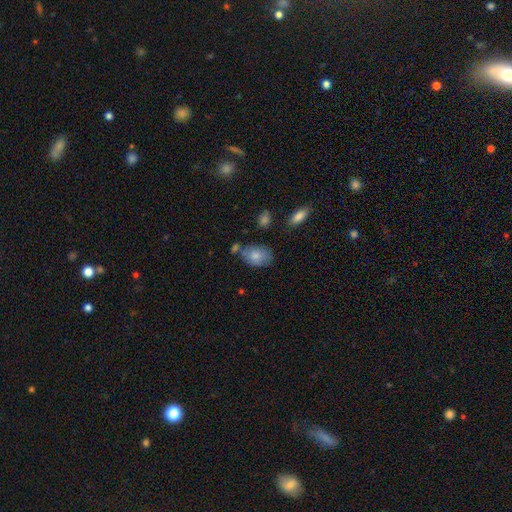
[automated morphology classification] type=smooth (77%); roundness=in between (85%); merging=none (56%).